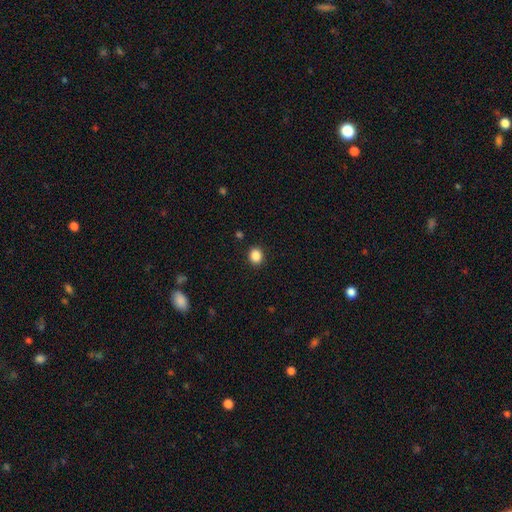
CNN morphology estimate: Smooth or featured? smooth (87%)
How rounded? round (67%)
Merging? none (91%)